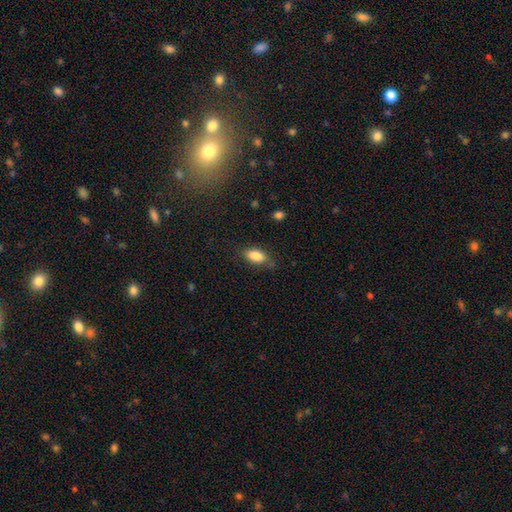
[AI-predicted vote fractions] A smooth galaxy with no disk features (86%) that is in between round and cigar-shaped (90%).

Vote fractions:
- Smooth or featured? smooth: 86% / star or artifact: 7% / featured or disk: 6%
- How rounded? in between: 90% / round: 5% / cigar-shaped: 5%
- Merging? none: 76% / minor disturbance: 18% / major disturbance: 5% / merger: 2%